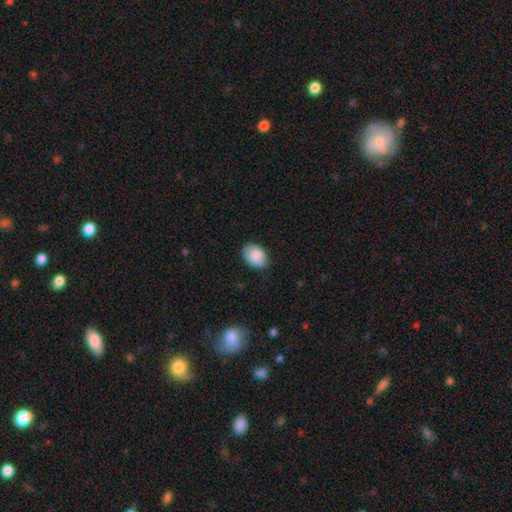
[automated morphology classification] Smooth or featured?
  - smooth: 85% *
  - featured or disk: 8%
  - star or artifact: 7%
How rounded?
  - in between: 83% *
  - round: 16%
  - cigar-shaped: 1%
Merging?
  - none: 81% *
  - minor disturbance: 15%
  - major disturbance: 3%
  - merger: 1%